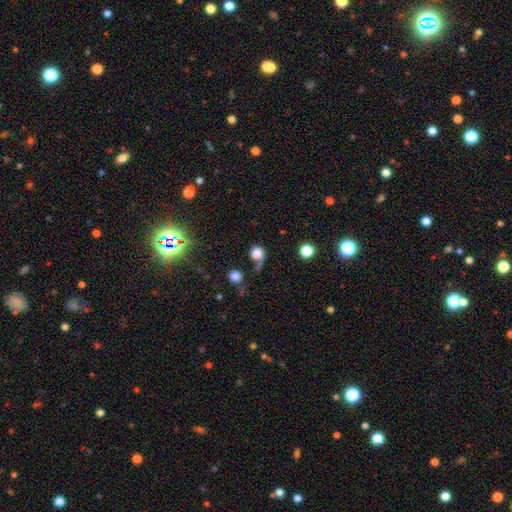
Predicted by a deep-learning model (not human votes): This appears to be a smooth galaxy with no disk features (73%) that is round (76%). Merging: none (35%).